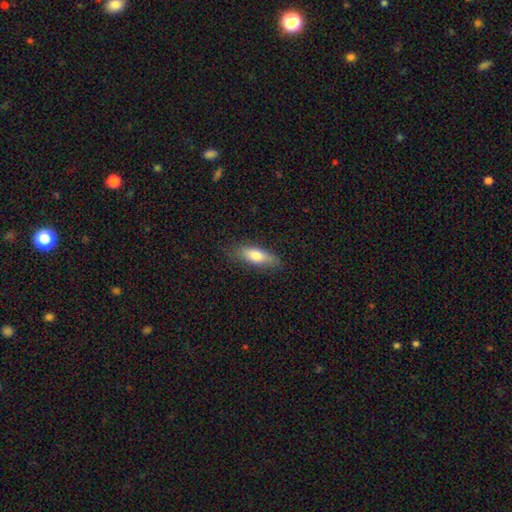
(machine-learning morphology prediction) type=smooth (75%); roundness=in between (63%); merging=none (77%).